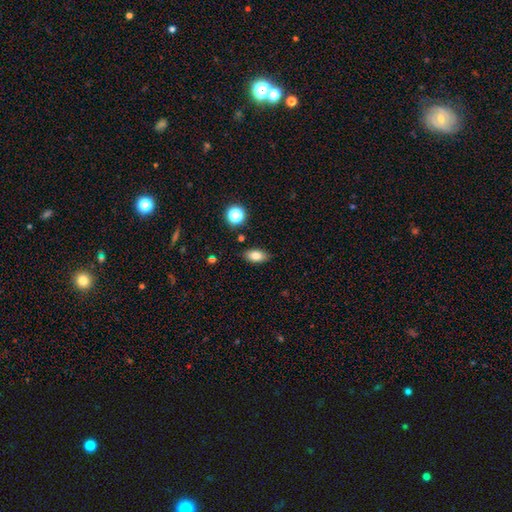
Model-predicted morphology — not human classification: Smooth or featured? smooth (81%)
How rounded? in between (88%)
Merging? none (85%)